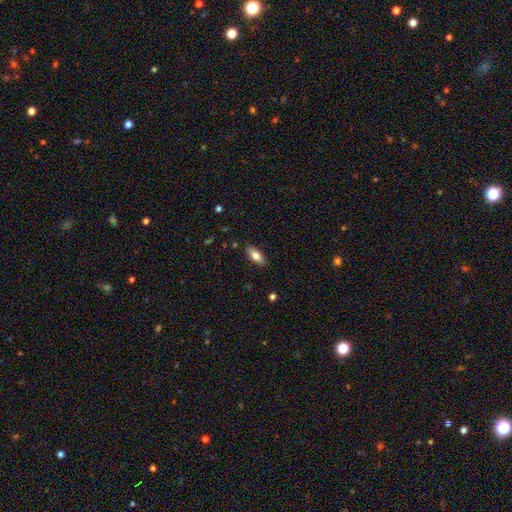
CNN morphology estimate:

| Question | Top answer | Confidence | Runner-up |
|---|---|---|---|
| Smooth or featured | smooth | 75% | featured or disk (18%) |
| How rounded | in between | 79% | cigar-shaped (19%) |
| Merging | none | 87% | minor disturbance (10%) |